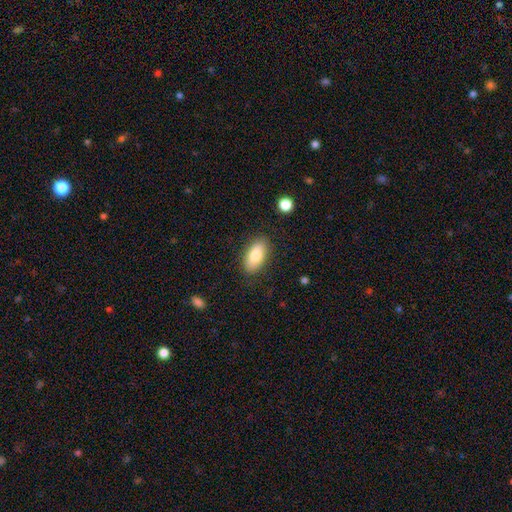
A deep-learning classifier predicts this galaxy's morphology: smooth_or_featured: smooth (p=0.80) [alt: featured or disk p=0.13]
how_rounded: in between (p=0.90) [alt: cigar-shaped p=0.07]
merging: none (p=0.86) [alt: minor disturbance p=0.10]